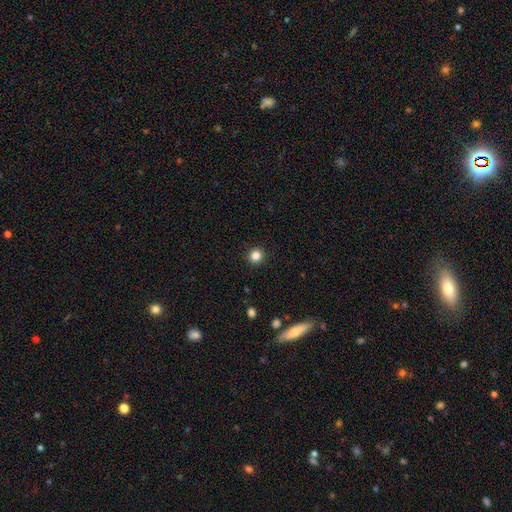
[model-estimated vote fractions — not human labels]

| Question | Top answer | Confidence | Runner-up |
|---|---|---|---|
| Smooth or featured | smooth | 83% | star or artifact (12%) |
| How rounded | round | 94% | in between (5%) |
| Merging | none | 93% | minor disturbance (5%) |